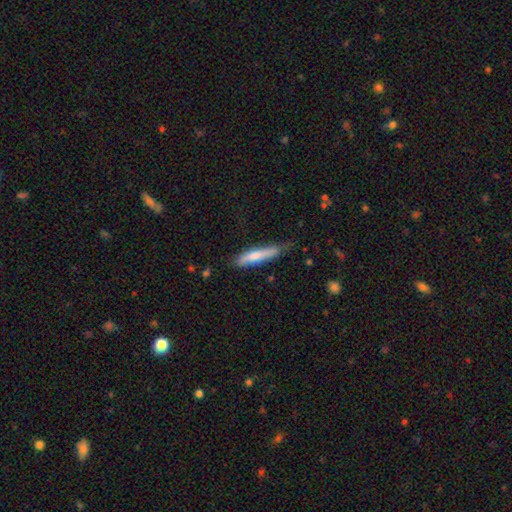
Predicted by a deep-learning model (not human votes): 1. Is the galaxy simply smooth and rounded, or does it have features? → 69% smooth, 26% featured or disk, 5% star or artifact.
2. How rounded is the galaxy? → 86% cigar-shaped, 13% in between, 1% round.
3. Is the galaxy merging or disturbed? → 64% none, 28% minor disturbance, 6% major disturbance, 2% merger.